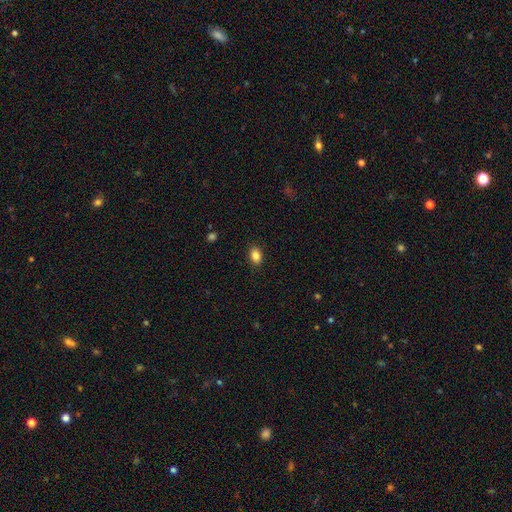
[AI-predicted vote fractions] This is clearly a smooth galaxy (85%). How rounded: likely in between (79%). Merging: clearly none (89%).